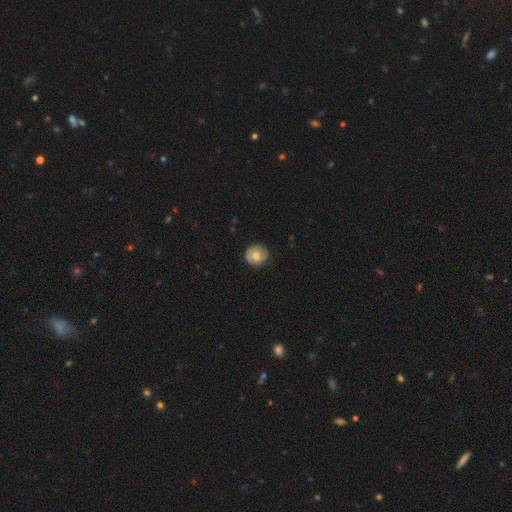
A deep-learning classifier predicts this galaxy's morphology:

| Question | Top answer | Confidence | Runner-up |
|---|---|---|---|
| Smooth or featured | smooth | 61% | featured or disk (32%) |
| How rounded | round | 87% | in between (12%) |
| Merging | none | 81% | minor disturbance (15%) |